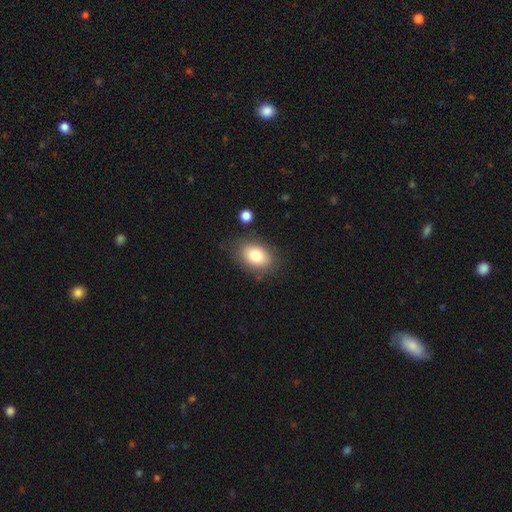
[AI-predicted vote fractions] smooth_or_featured: smooth (p=0.82) [alt: featured or disk p=0.10]
how_rounded: in between (p=0.81) [alt: round p=0.17]
merging: none (p=0.79) [alt: minor disturbance p=0.14]